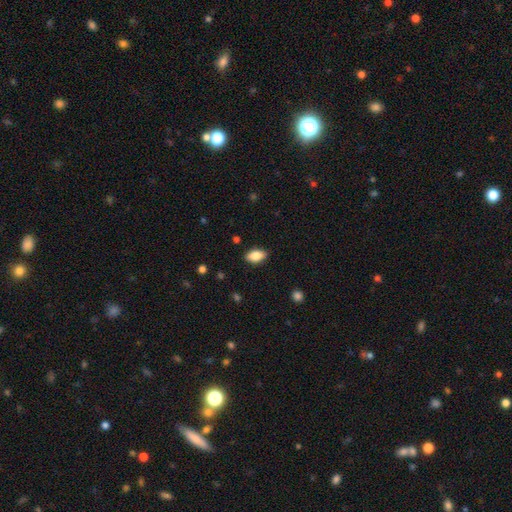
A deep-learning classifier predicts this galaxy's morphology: A smooth galaxy with no disk features (83%) that is in between round and cigar-shaped (91%).

Vote fractions:
- Smooth or featured? smooth: 83% / featured or disk: 10% / star or artifact: 7%
- How rounded? in between: 91% / round: 4% / cigar-shaped: 4%
- Merging? none: 88% / minor disturbance: 9% / major disturbance: 2% / merger: 1%